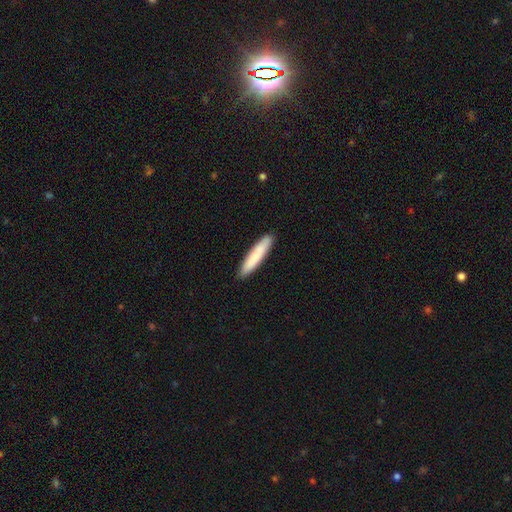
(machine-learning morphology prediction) Q: Smooth or featured?
A: smooth (82%); runner-up: featured or disk (13%)
Q: How rounded?
A: cigar-shaped (90%); runner-up: in between (9%)
Q: Merging?
A: none (90%); runner-up: minor disturbance (8%)